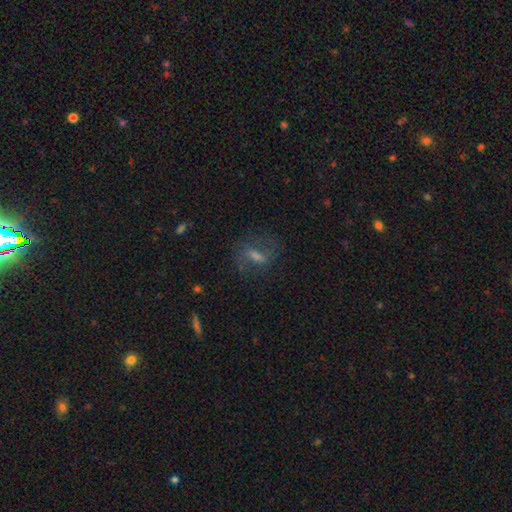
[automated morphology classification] This appears to be a featured or disk galaxy (53%). Merging: none (72%).